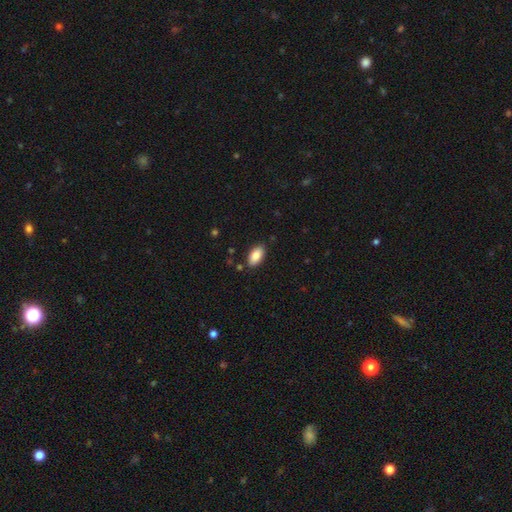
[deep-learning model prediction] Q: Smooth or featured?
A: smooth (87%); runner-up: star or artifact (7%)
Q: How rounded?
A: in between (93%); runner-up: cigar-shaped (4%)
Q: Merging?
A: none (85%); runner-up: minor disturbance (11%)